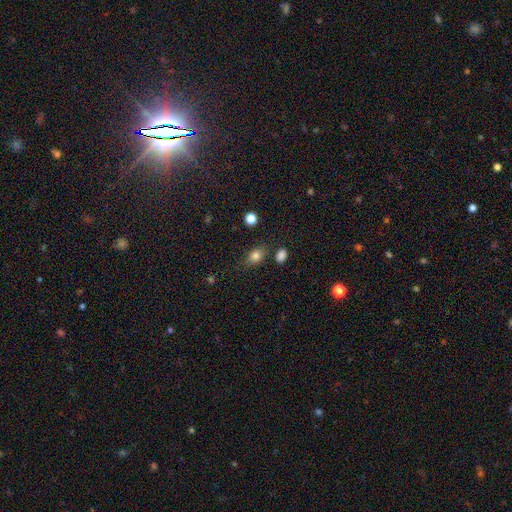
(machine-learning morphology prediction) Smooth or featured: smooth — 80% (star or artifact — 11%)
How rounded: in between — 69% (round — 29%)
Merging: none — 70% (minor disturbance — 19%)